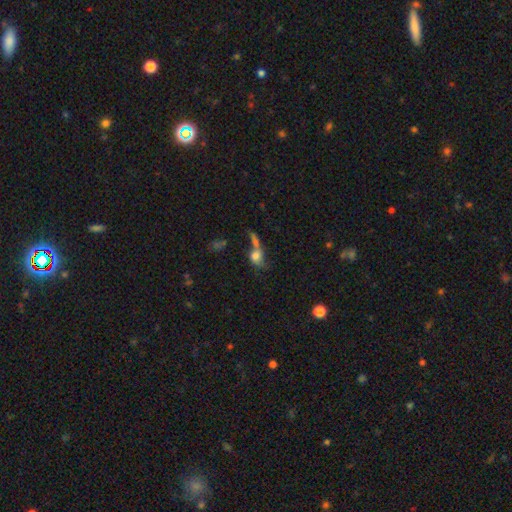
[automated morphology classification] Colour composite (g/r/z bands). It shows a smooth galaxy with no disk features (63%) that is round (48%). Merging: merger (46%).